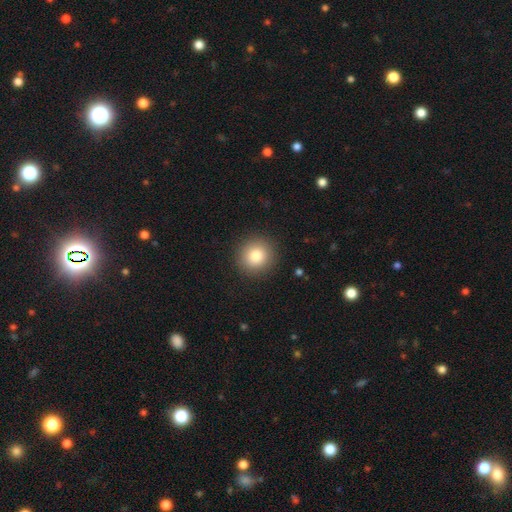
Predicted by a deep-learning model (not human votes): This appears to be a smooth galaxy with no disk features (83%) that is round (92%). Merging: none (91%).